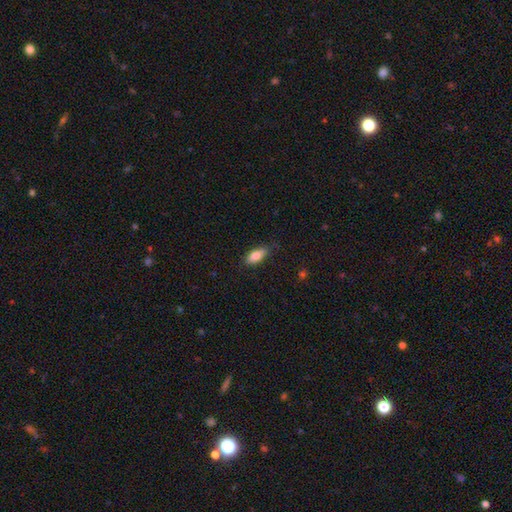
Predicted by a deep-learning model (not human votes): Morphology: type=smooth (81%); roundness=in between (82%); merging=none (77%).